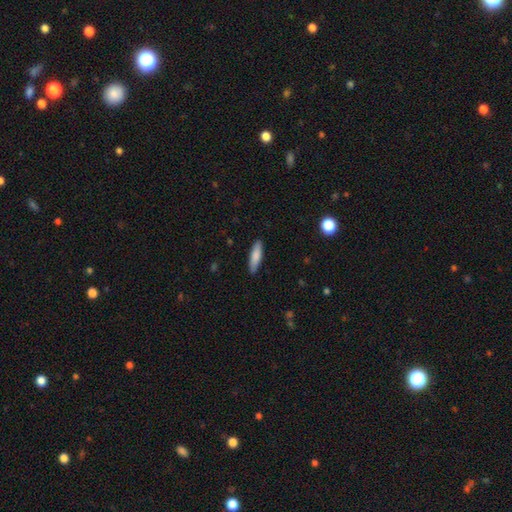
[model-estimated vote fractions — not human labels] The model was most divided on "how rounded": cigar-shaped: 65%, in between: 34%, round: 2%. More confident: merging — none (89%); smooth or featured — smooth (82%).